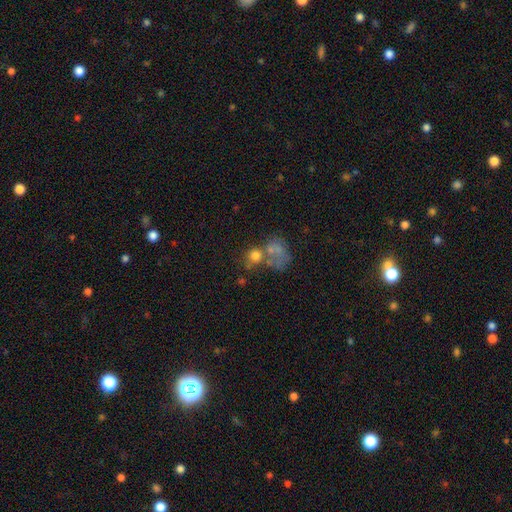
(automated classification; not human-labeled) Morphology: type=smooth (66%); roundness=round (73%); merging=merger (46%).